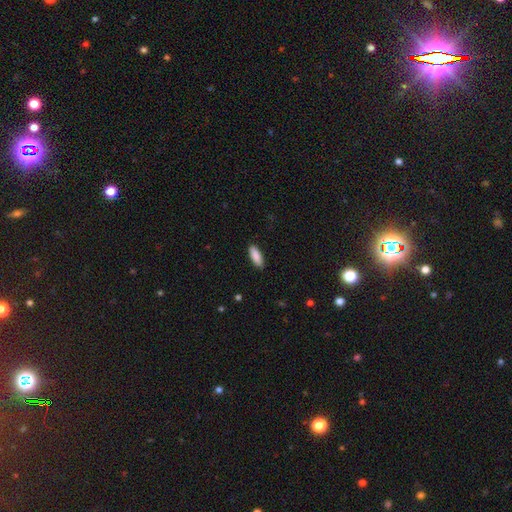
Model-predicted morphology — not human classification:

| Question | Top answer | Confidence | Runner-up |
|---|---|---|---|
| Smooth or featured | smooth | 89% | star or artifact (6%) |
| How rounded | in between | 70% | cigar-shaped (29%) |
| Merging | none | 89% | minor disturbance (9%) |